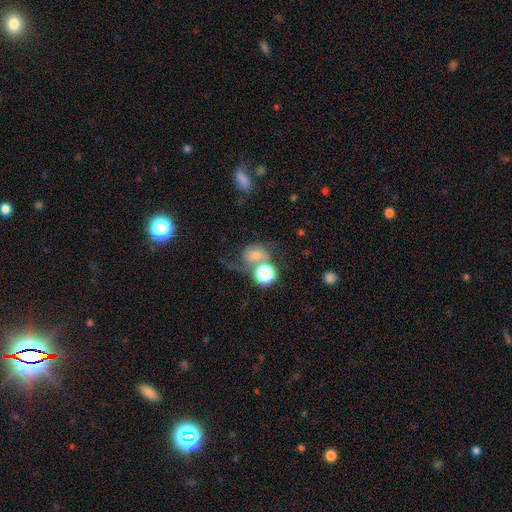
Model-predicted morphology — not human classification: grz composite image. It shows a featured or disk galaxy (48%). Merging: none (38%).